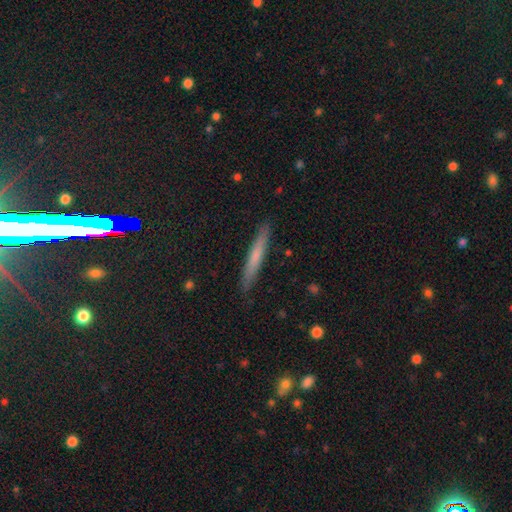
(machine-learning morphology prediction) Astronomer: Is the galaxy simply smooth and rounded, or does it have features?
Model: smooth — 62%.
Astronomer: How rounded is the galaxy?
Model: cigar-shaped — 95%.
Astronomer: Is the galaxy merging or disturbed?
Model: none — 90%.